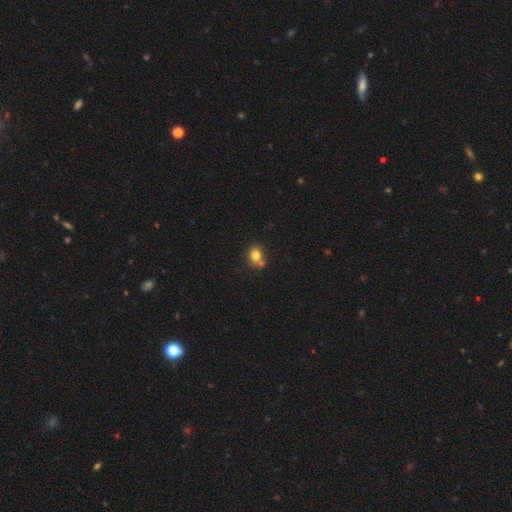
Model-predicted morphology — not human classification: Smooth or featured?
  - smooth: 78% *
  - star or artifact: 11%
  - featured or disk: 10%
How rounded?
  - round: 58% *
  - in between: 41%
  - cigar-shaped: 1%
Merging?
  - none: 57% *
  - merger: 27%
  - minor disturbance: 13%
  - major disturbance: 3%